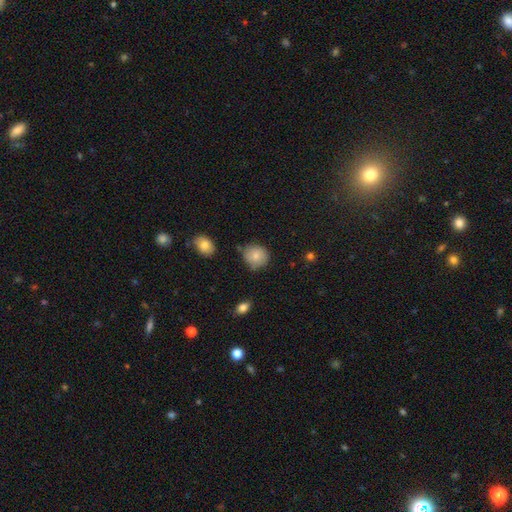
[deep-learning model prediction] The model was most divided on "merging": none: 73%, minor disturbance: 20%, merger: 4%, major disturbance: 4%. More confident: how rounded — round (83%); smooth or featured — smooth (82%).